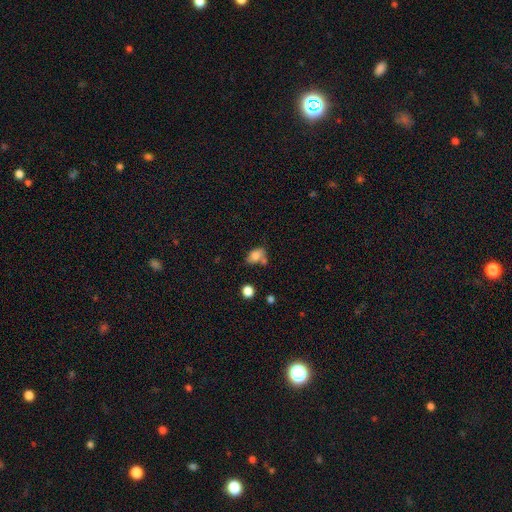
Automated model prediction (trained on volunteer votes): A smooth galaxy with no disk features (78%) that is in between round and cigar-shaped (82%). Merging: none (45%).